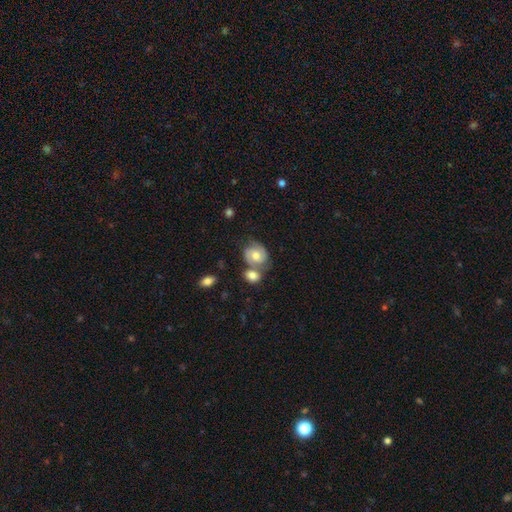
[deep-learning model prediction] Smooth or featured?
  - featured or disk: 63% *
  - smooth: 30%
  - star or artifact: 8%
Edge-on disk?
  - no: 97% *
  - yes: 3%
Bar?
  - no: 67% *
  - weak: 28%
  - strong: 5%
Spiral arms?
  - yes: 89% *
  - no: 11%
Spiral winding?
  - medium: 45% *
  - tight: 42%
  - loose: 13%
Spiral arm count?
  - 2: 84% *
  - can't tell: 8%
  - 3: 3%
  - 1: 3%
  - 4: 1%
  - more than 4: 1%
Bulge size?
  - moderate: 71% *
  - small: 17%
  - large: 8%
  - none: 2%
  - dominant: 1%
Merging?
  - none: 49% *
  - merger: 29%
  - minor disturbance: 16%
  - major disturbance: 6%